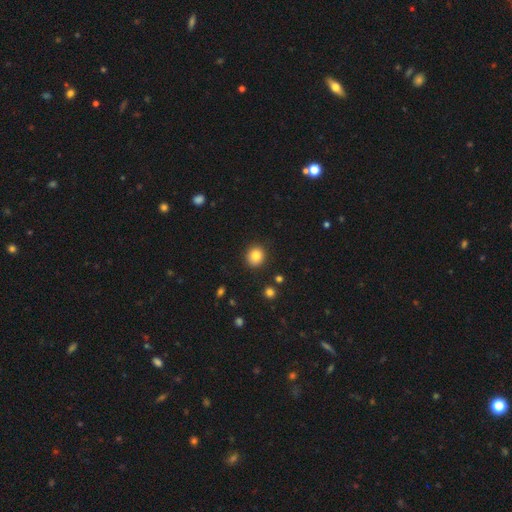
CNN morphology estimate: smooth 84%, star or artifact 10%, featured or disk 6%. Down the decision tree: how rounded — round (85%); merging — none (89%).